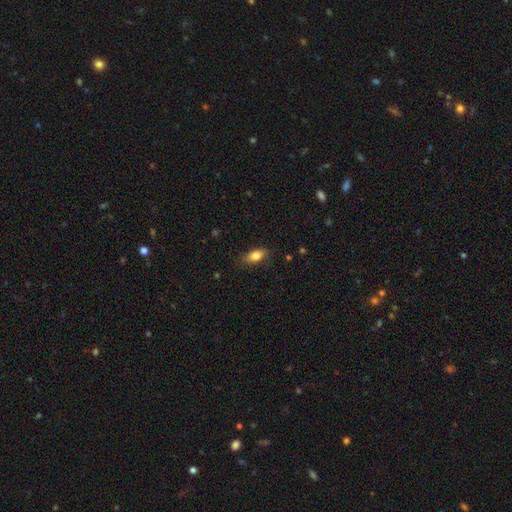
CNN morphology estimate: smooth-or-featured: smooth: 80% | featured or disk: 12% | star or artifact: 8%
  how-rounded: in between: 85% | cigar-shaped: 10% | round: 5%
  merging: none: 81% | minor disturbance: 14% | major disturbance: 3% | merger: 1%